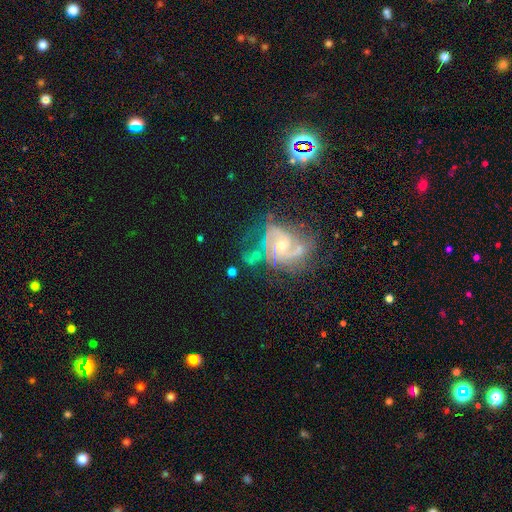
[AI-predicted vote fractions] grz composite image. It shows a featured or disk galaxy (78%) with no bar (69%), 2 (43%) tight (48%) spiral arms (90%) and a moderate central bulge (54%). Merging: none (42%).